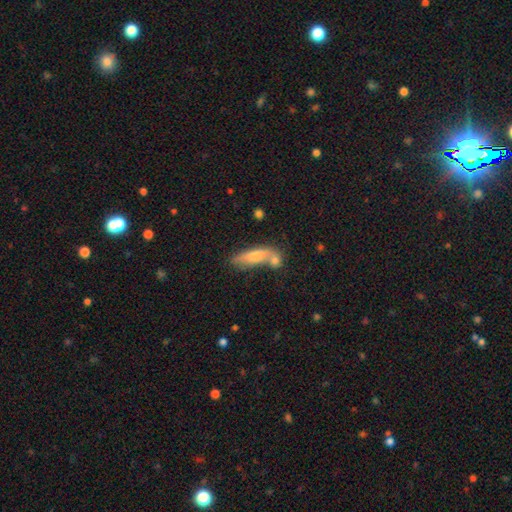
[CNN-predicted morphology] This appears to be a smooth galaxy with no disk features (63%) that is cigar-shaped (65%). Merging: none (50%).